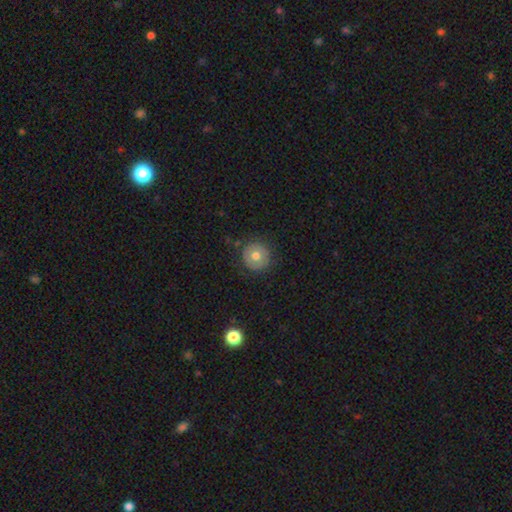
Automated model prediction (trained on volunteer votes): A smooth galaxy with no disk features (69%) that is round (95%). Merging: none (86%).